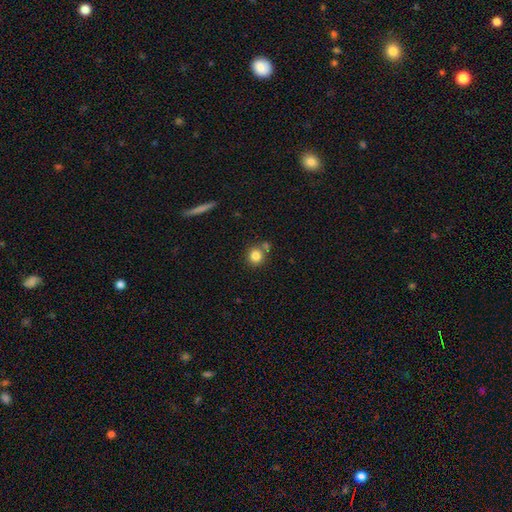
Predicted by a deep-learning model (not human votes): Smooth or featured?
  - smooth: 82% *
  - star or artifact: 11%
  - featured or disk: 7%
How rounded?
  - round: 89% *
  - in between: 10%
  - cigar-shaped: 1%
Merging?
  - none: 66% *
  - merger: 21%
  - minor disturbance: 10%
  - major disturbance: 3%